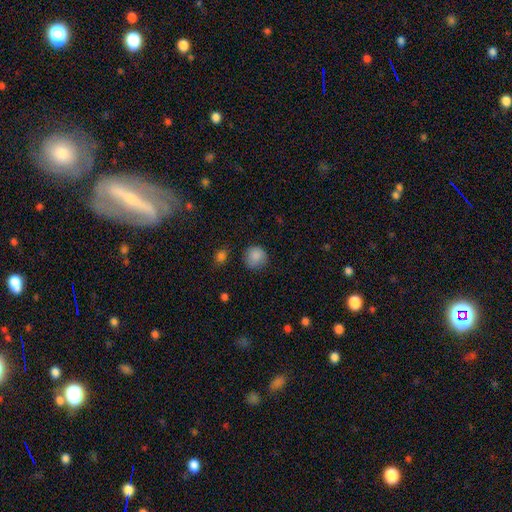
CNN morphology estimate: A smooth galaxy with no disk features (86%) that is round (89%). Merging: none (78%).